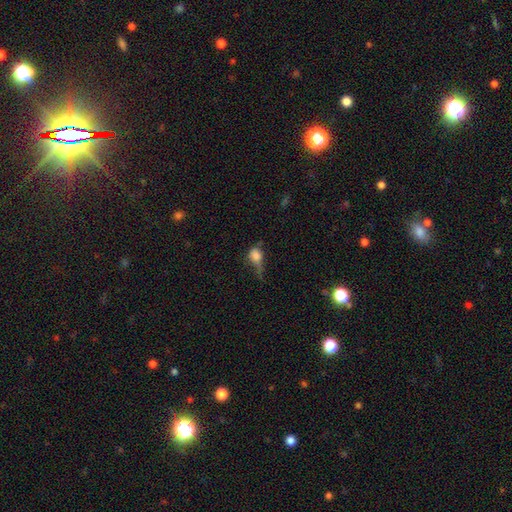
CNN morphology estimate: This appears to be a smooth galaxy with no disk features (70%) that is in between round and cigar-shaped (62%). Merging: major disturbance (42%).